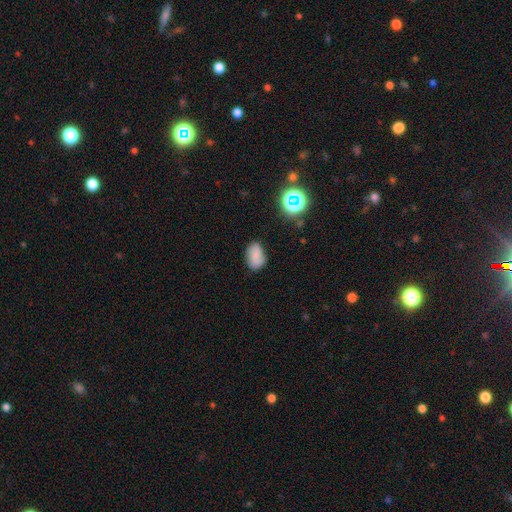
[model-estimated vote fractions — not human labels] Smooth or featured? Predicted: smooth (p=0.74). How rounded? Predicted: in between (p=0.87). Merging? Predicted: none (p=0.71).